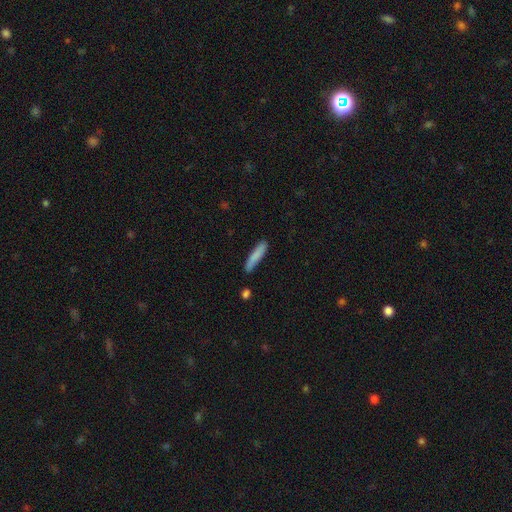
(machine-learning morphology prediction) A smooth galaxy with no disk features (81%) that is cigar-shaped (88%). Merging: none (81%).